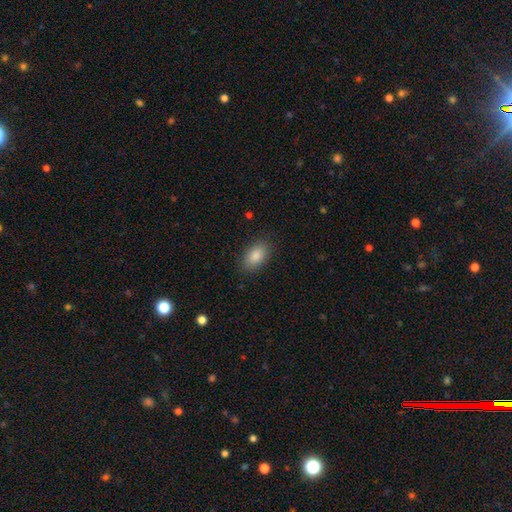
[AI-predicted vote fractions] Smooth or featured? smooth (87%)
How rounded? in between (92%)
Merging? none (86%)